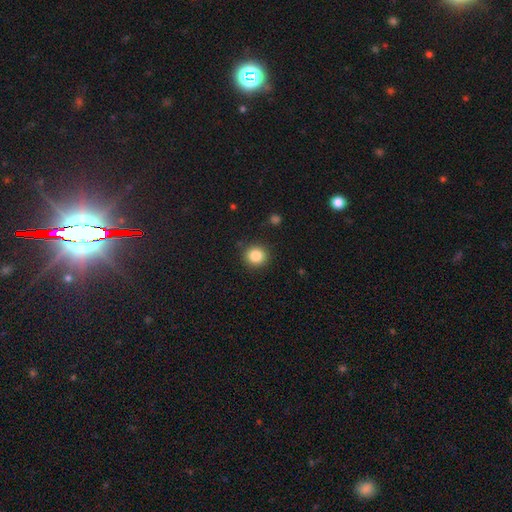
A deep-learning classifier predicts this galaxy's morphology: Smooth or featured? Predicted: smooth (p=0.86). How rounded? Predicted: round (p=0.91). Merging? Predicted: none (p=0.89).